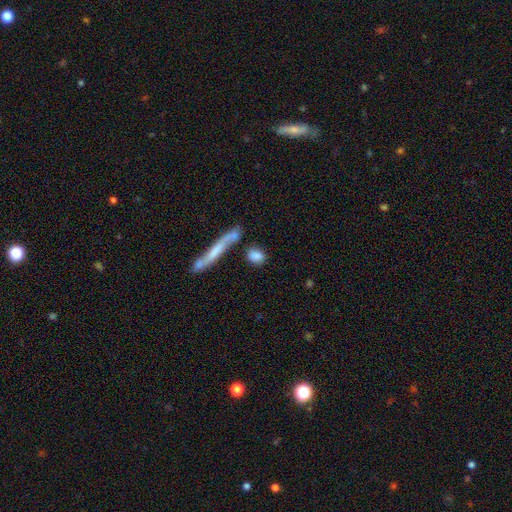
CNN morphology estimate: smooth-or-featured: smooth: 82% | featured or disk: 11% | star or artifact: 7%
  how-rounded: in between: 55% | round: 30% | cigar-shaped: 15%
  merging: none: 64% | merger: 16% | minor disturbance: 14% | major disturbance: 6%